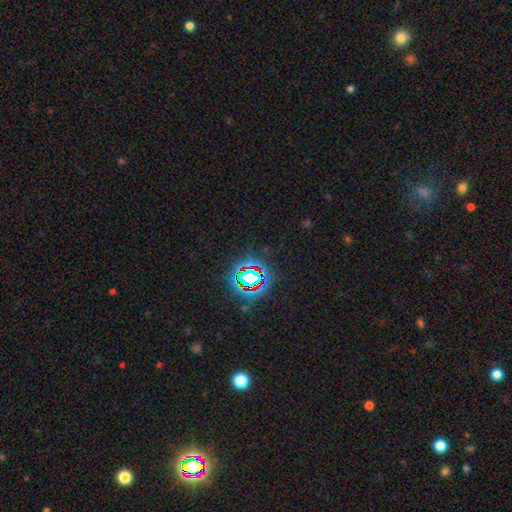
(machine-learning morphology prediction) Overall: star or artifact (80%).